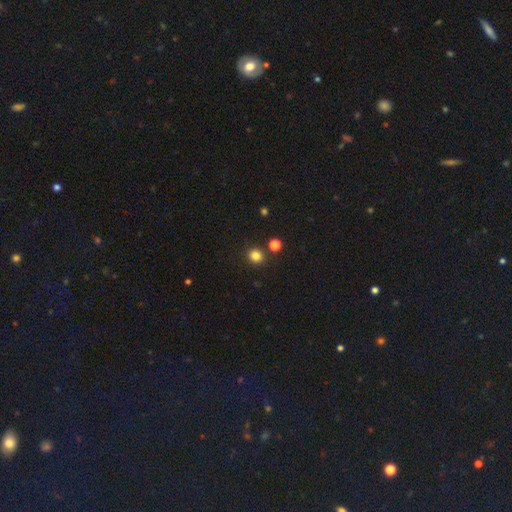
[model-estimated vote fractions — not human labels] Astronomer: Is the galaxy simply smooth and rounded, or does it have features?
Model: smooth — 82%.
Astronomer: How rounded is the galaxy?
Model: round — 87%.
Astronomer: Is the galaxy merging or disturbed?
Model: none — 87%.